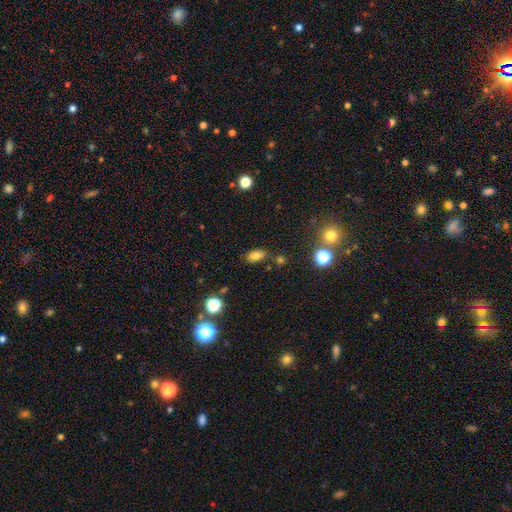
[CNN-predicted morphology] smooth-or-featured: smooth: 77% | star or artifact: 15% | featured or disk: 8%
  how-rounded: in between: 87% | round: 10% | cigar-shaped: 4%
  merging: none: 78% | minor disturbance: 13% | merger: 5% | major disturbance: 4%